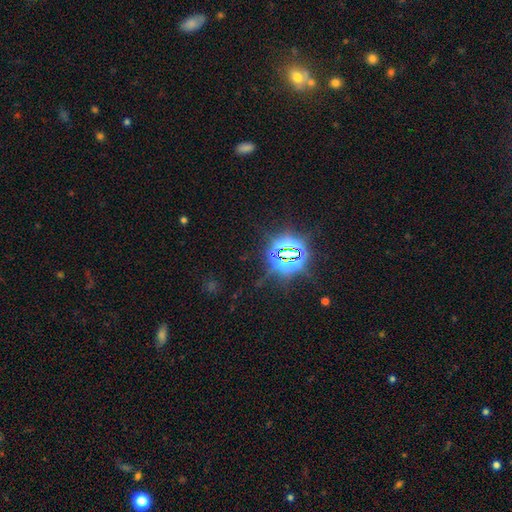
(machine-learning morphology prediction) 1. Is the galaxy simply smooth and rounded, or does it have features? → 82% star or artifact, 11% smooth, 7% featured or disk.